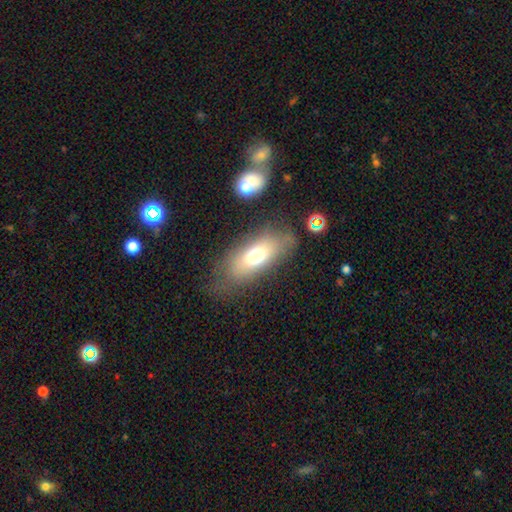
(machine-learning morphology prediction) Q: Smooth or featured?
A: smooth (67%); runner-up: featured or disk (22%)
Q: How rounded?
A: in between (79%); runner-up: cigar-shaped (14%)
Q: Merging?
A: none (67%); runner-up: minor disturbance (18%)